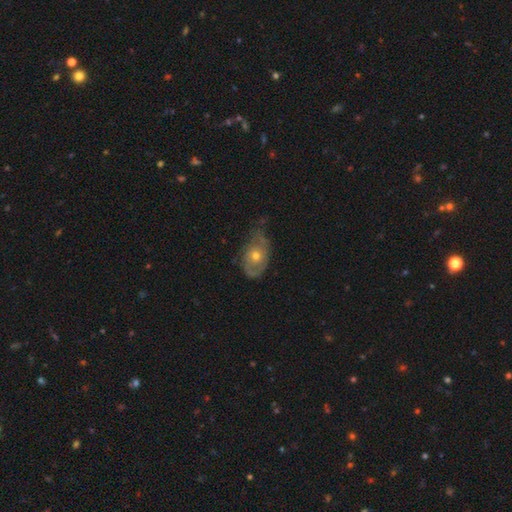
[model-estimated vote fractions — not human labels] Smooth or featured? Predicted: featured or disk (p=0.59). Edge-on disk? Predicted: no (p=0.92). Bar? Predicted: no (p=0.86). Spiral arms? Predicted: yes (p=0.61). Bulge size? Predicted: moderate (p=0.59). Merging? Predicted: none (p=0.41).